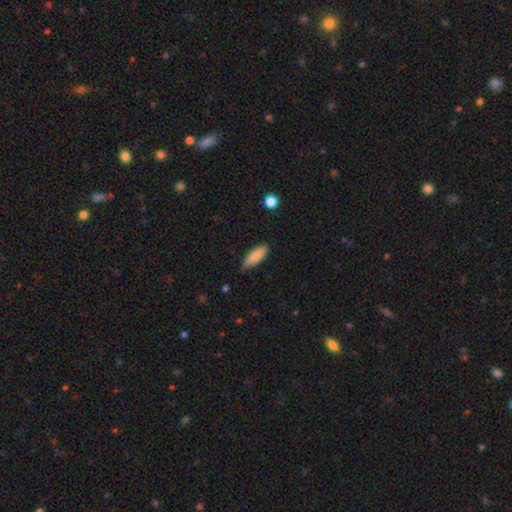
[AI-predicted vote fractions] This appears to be a smooth galaxy with no disk features (83%) that is in between round and cigar-shaped (72%). Merging: none (76%).